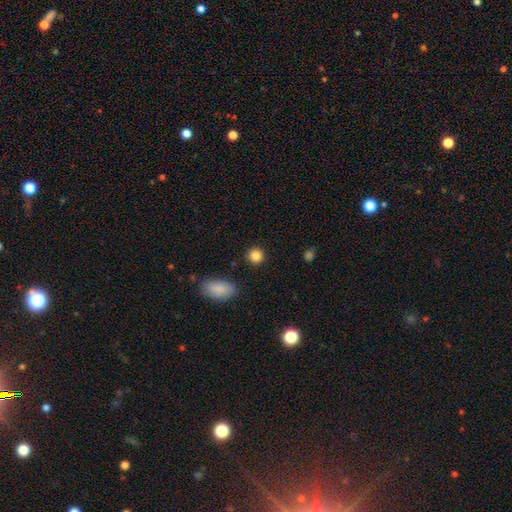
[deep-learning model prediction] A smooth galaxy with no disk features (86%) that is round (90%).

Vote fractions:
- Smooth or featured? smooth: 86% / star or artifact: 10% / featured or disk: 4%
- How rounded? round: 90% / in between: 9% / cigar-shaped: 1%
- Merging? none: 89% / minor disturbance: 6% / major disturbance: 2% / merger: 2%